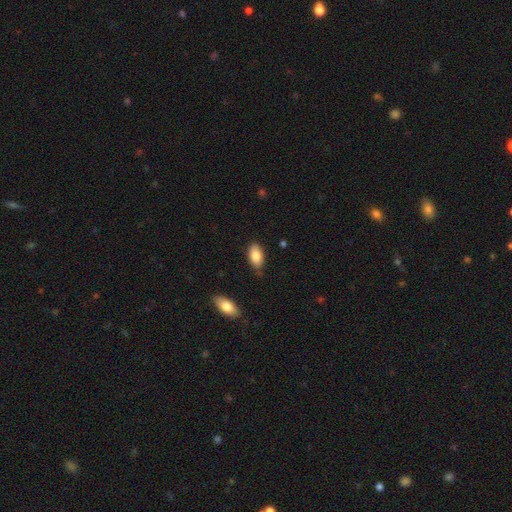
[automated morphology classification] smooth_or_featured: smooth (p=0.86) [alt: featured or disk p=0.07]
how_rounded: in between (p=0.93) [alt: cigar-shaped p=0.04]
merging: none (p=0.73) [alt: minor disturbance p=0.21]